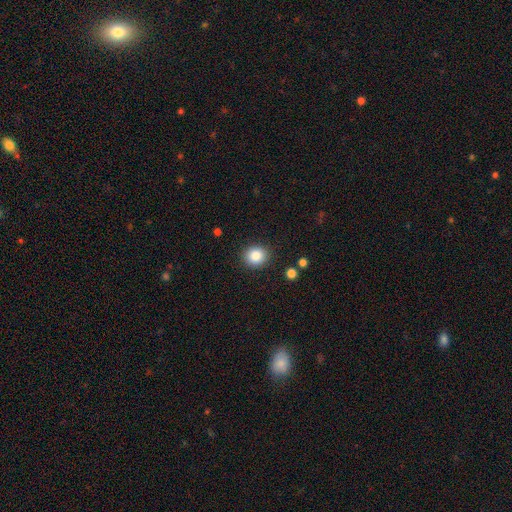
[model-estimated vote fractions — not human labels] smooth 85%, star or artifact 9%, featured or disk 6%. Down the decision tree: how rounded — round (78%); merging — none (89%).